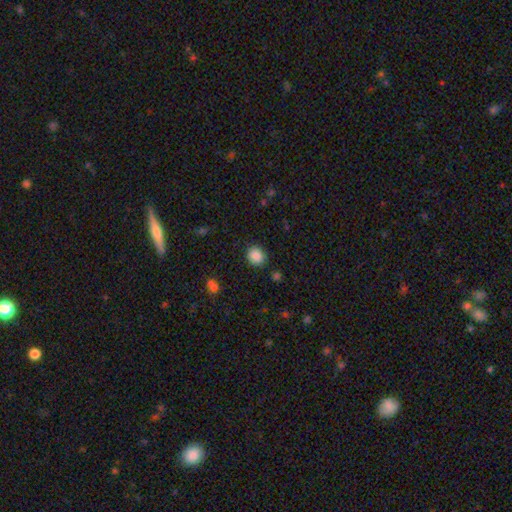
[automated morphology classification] The model was most divided on "how rounded": round: 78%, in between: 21%, cigar-shaped: 1%. More confident: merging — none (87%); smooth or featured — smooth (87%).